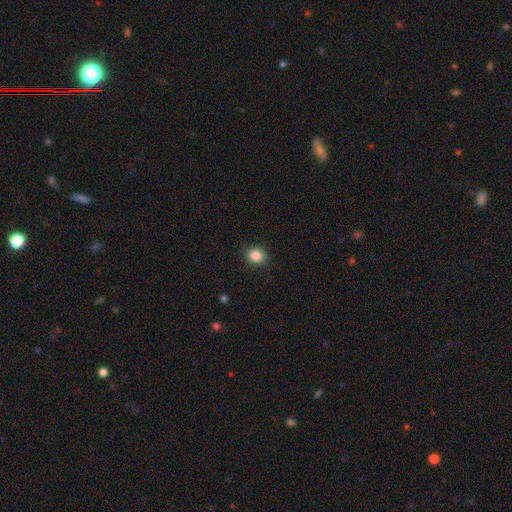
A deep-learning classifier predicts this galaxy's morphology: This appears to be a smooth galaxy with no disk features (85%) that is round (63%). Merging: none (87%).